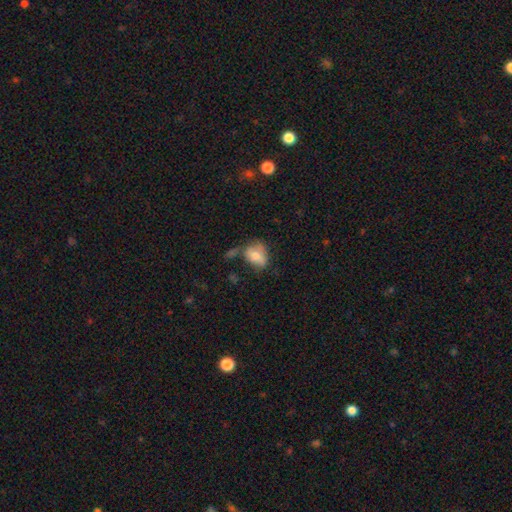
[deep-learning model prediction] This appears to be a smooth galaxy with no disk features (69%) that is in between round and cigar-shaped (65%). Merging: none (41%).